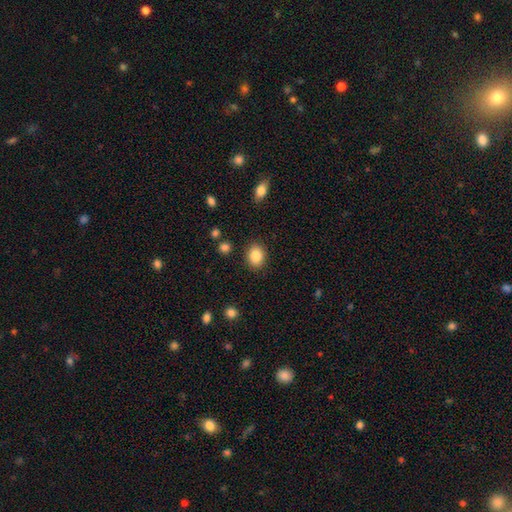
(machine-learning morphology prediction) Smooth or featured: smooth — 86% (star or artifact — 9%)
How rounded: in between — 55% (round — 44%)
Merging: none — 88% (minor disturbance — 8%)